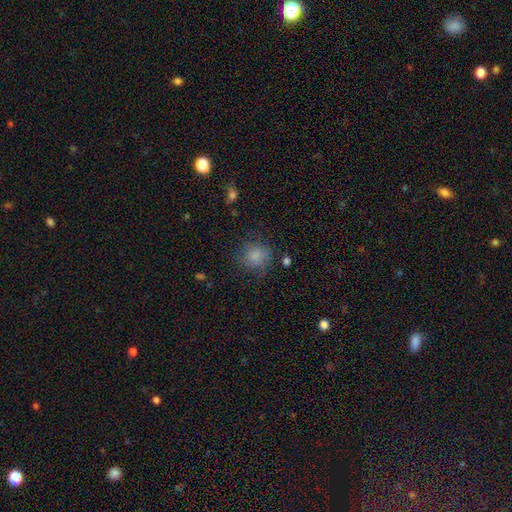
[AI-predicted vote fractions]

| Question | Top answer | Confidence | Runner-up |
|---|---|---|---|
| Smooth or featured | smooth | 80% | star or artifact (11%) |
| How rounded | round | 83% | in between (16%) |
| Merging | none | 72% | minor disturbance (18%) |